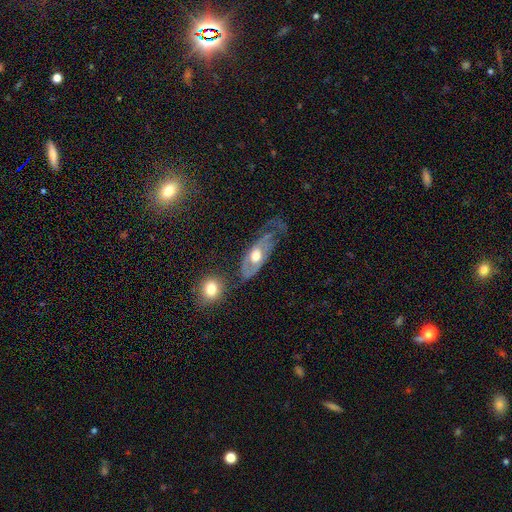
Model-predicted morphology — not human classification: Smooth or featured?
  - featured or disk: 67% *
  - smooth: 27%
  - star or artifact: 6%
Edge-on disk?
  - no: 81% *
  - yes: 19%
Bar?
  - no: 81% *
  - weak: 15%
  - strong: 4%
Spiral arms?
  - yes: 58% *
  - no: 42%
Bulge size?
  - moderate: 70% *
  - large: 20%
  - small: 7%
  - dominant: 1%
  - none: 1%
Merging?
  - none: 40% *
  - major disturbance: 26%
  - minor disturbance: 26%
  - merger: 7%